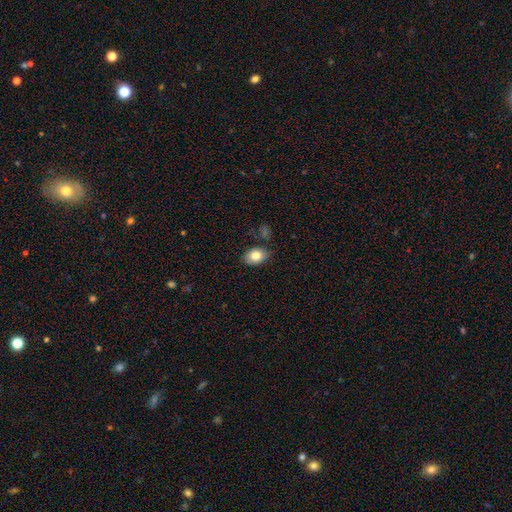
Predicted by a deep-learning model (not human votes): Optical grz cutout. It shows a smooth galaxy with no disk features (80%) that is in between round and cigar-shaped (83%). Merging: none (78%).